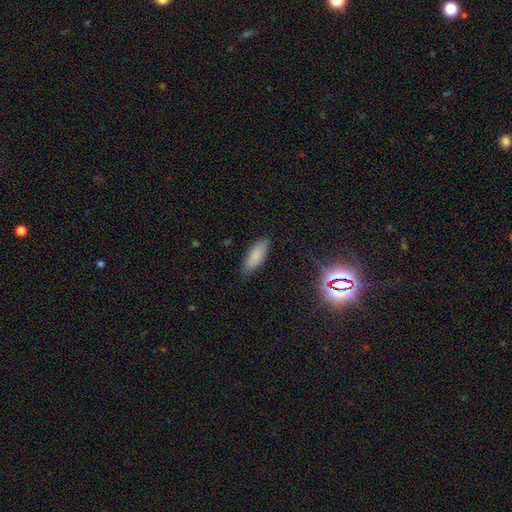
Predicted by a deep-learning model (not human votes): Smooth or featured? smooth (83%)
How rounded? in between (71%)
Merging? none (82%)